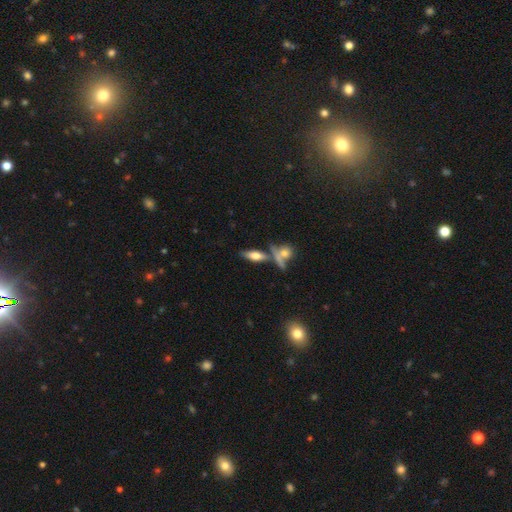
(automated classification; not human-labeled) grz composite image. It shows a smooth galaxy with no disk features (55%) that is in between round and cigar-shaped (61%). Merging: none (62%).